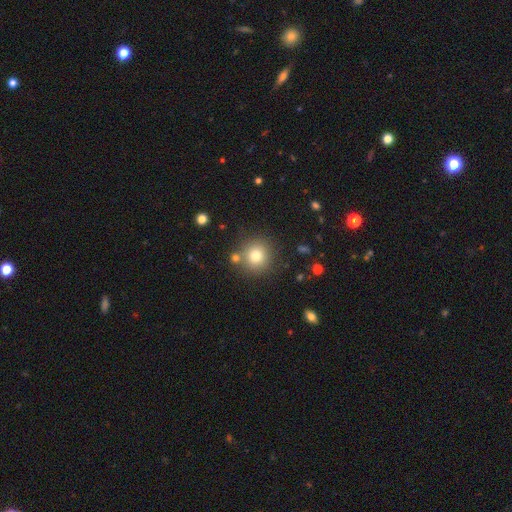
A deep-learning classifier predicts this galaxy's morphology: This appears to be a smooth galaxy with no disk features (77%) that is round (92%). Merging: none (79%).